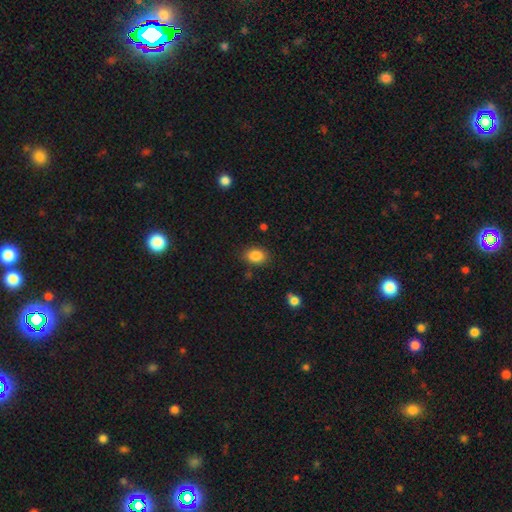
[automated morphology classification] This is clearly a smooth galaxy (86%). How rounded: likely in between (75%). Merging: clearly none (82%).